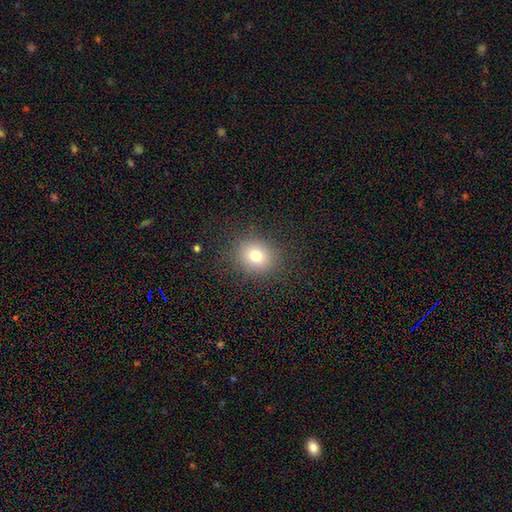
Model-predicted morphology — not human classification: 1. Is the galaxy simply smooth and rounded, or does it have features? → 77% smooth, 14% star or artifact, 10% featured or disk.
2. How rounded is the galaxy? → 68% round, 31% in between, 1% cigar-shaped.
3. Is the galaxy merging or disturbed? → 87% none, 9% minor disturbance, 4% major disturbance, 1% merger.